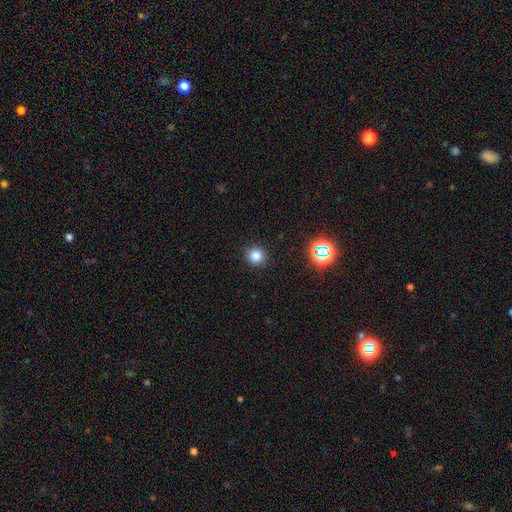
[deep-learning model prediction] This is likely a smooth galaxy (80%). How rounded: clearly round (91%). Merging: clearly none (91%).